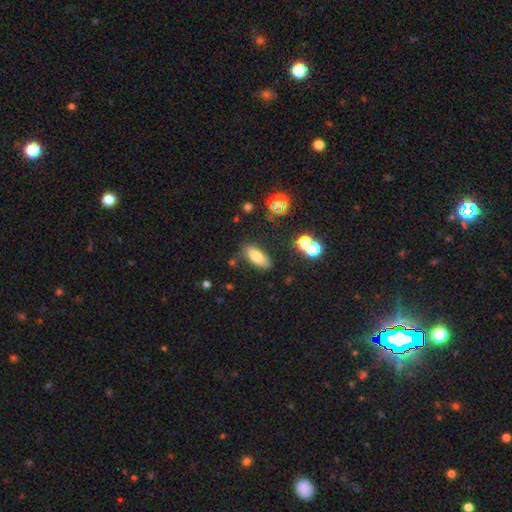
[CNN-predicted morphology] Q: Smooth or featured?
A: smooth (75%); runner-up: featured or disk (14%)
Q: How rounded?
A: in between (81%); runner-up: cigar-shaped (15%)
Q: Merging?
A: none (74%); runner-up: minor disturbance (16%)